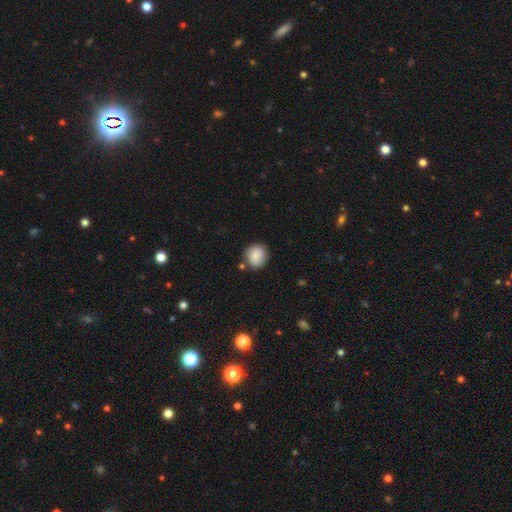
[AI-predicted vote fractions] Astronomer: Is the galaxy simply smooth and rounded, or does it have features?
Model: smooth — 82%.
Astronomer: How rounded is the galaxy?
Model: round — 80%.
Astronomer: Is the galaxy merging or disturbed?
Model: none — 79%.